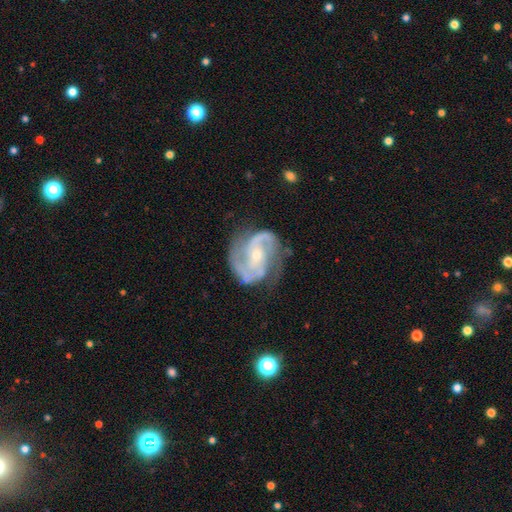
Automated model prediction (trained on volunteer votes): Smooth or featured?
  - featured or disk: 91% *
  - star or artifact: 5%
  - smooth: 4%
Edge-on disk?
  - no: 98% *
  - yes: 2%
Bar?
  - no: 48% *
  - weak: 35%
  - strong: 17%
Spiral arms?
  - yes: 98% *
  - no: 2%
Spiral winding?
  - medium: 53% *
  - tight: 30%
  - loose: 16%
Spiral arm count?
  - 2: 82% *
  - 3: 8%
  - can't tell: 5%
  - 1: 2%
  - 4: 2%
  - more than 4: 2%
Bulge size?
  - small: 60% *
  - moderate: 36%
  - large: 1%
  - none: 1%
  - dominant: 1%
Merging?
  - none: 69% *
  - minor disturbance: 20%
  - major disturbance: 9%
  - merger: 2%